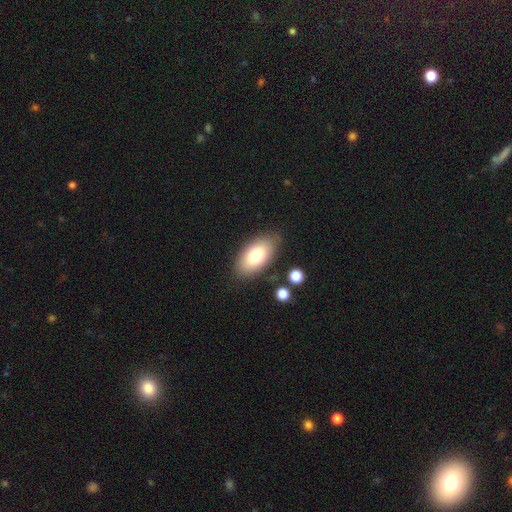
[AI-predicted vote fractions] smooth 79%, featured or disk 14%, star or artifact 7%. Down the decision tree: how rounded — in between (93%); merging — none (82%).